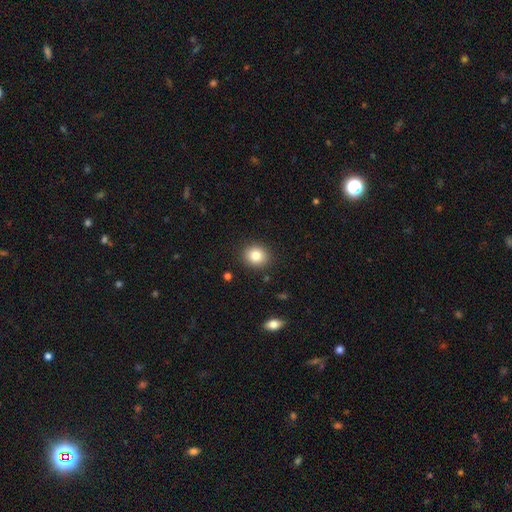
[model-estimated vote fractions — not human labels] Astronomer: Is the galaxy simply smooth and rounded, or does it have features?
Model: smooth — 84%.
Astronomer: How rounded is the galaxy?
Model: round — 74%.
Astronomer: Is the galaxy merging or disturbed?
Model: none — 89%.